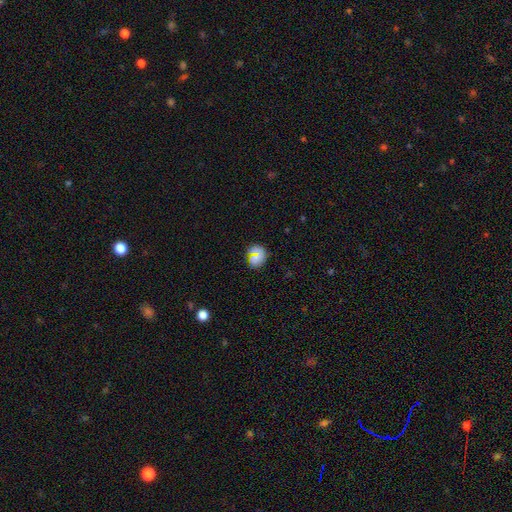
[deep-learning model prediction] Morphology: type=smooth (61%); roundness=round (83%); merging=none (80%).